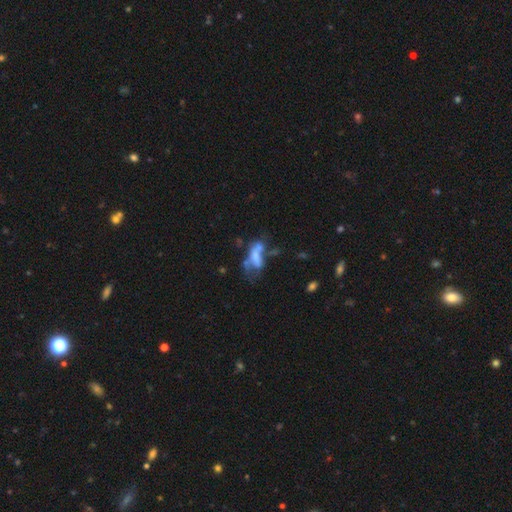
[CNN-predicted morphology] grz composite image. It shows a smooth galaxy with no disk features (44%). Merging: major disturbance (36%).